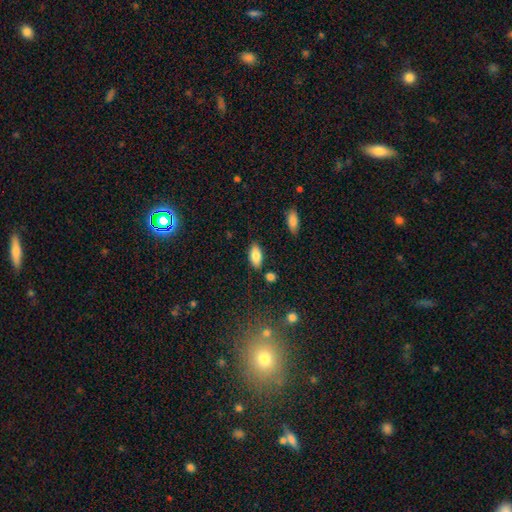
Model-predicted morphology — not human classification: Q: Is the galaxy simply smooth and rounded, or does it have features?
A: smooth — 84%.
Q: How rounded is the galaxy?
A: in between — 90%.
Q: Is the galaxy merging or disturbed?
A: none — 82%.